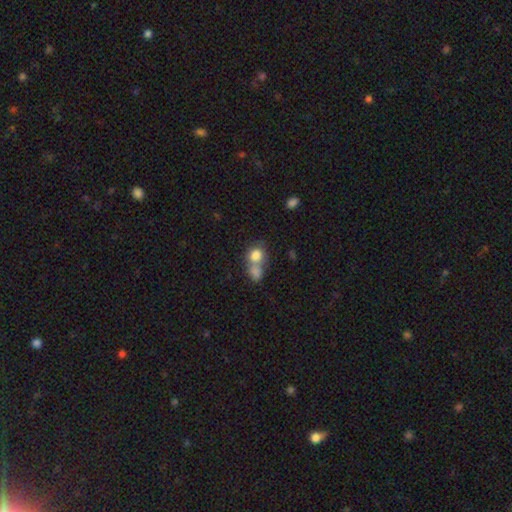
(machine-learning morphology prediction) Smooth or featured? smooth (79%)
How rounded? round (73%)
Merging? merger (54%)